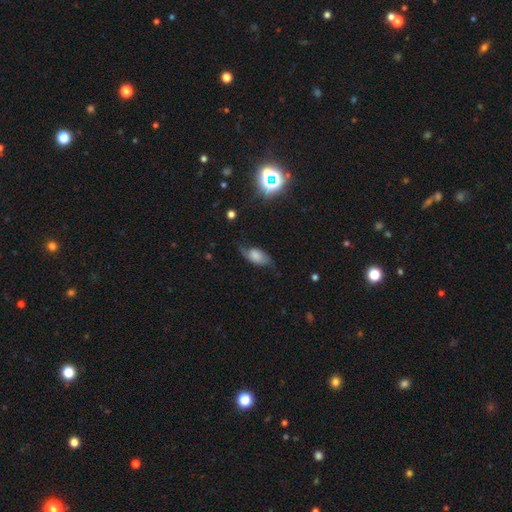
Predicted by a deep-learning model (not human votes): Smooth or featured: smooth — 51% (featured or disk — 37%)
How rounded: in between — 87% (round — 7%)
Merging: none — 54% (minor disturbance — 30%)